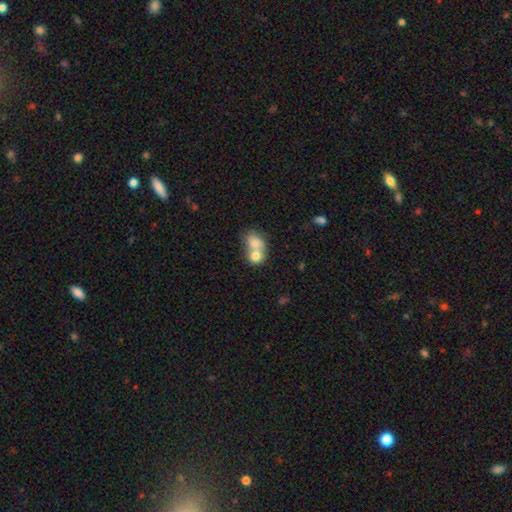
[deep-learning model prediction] Q: Smooth or featured?
A: smooth (74%); runner-up: featured or disk (18%)
Q: How rounded?
A: round (59%); runner-up: in between (40%)
Q: Merging?
A: merger (75%); runner-up: none (17%)